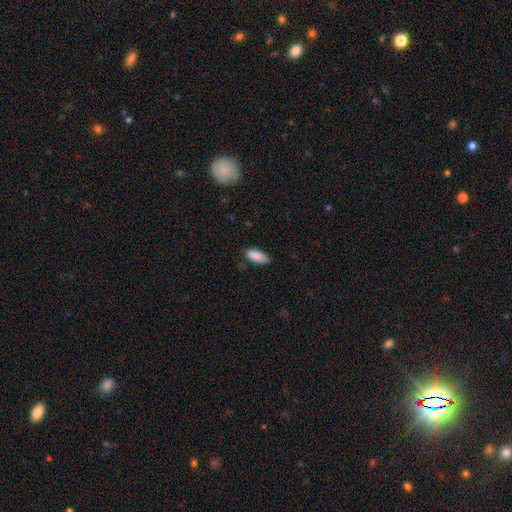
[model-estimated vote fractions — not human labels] Smooth or featured?
  - smooth: 89% *
  - star or artifact: 6%
  - featured or disk: 4%
How rounded?
  - in between: 86% *
  - cigar-shaped: 12%
  - round: 2%
Merging?
  - none: 77% *
  - minor disturbance: 18%
  - major disturbance: 3%
  - merger: 1%